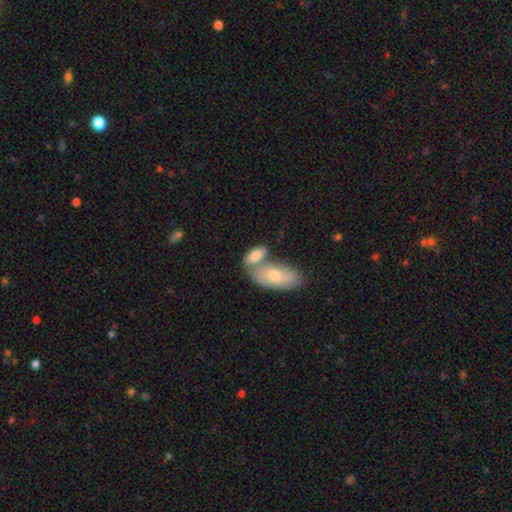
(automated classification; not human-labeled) This is likely a smooth galaxy (74%). How rounded: clearly in between (86%). Merging: possibly merger (46%).